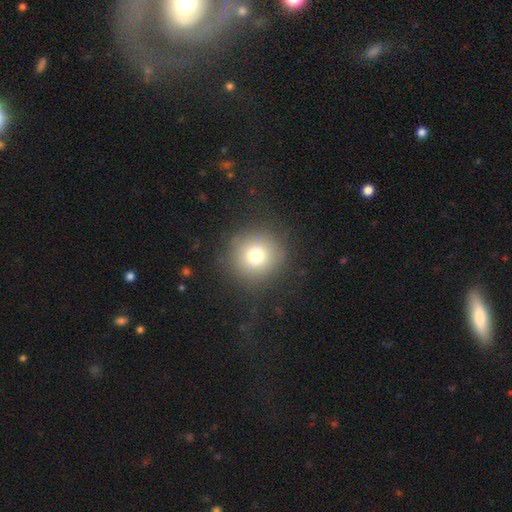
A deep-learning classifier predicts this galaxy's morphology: This appears to be a smooth galaxy with no disk features (76%) that is round (94%). Merging: none (87%).